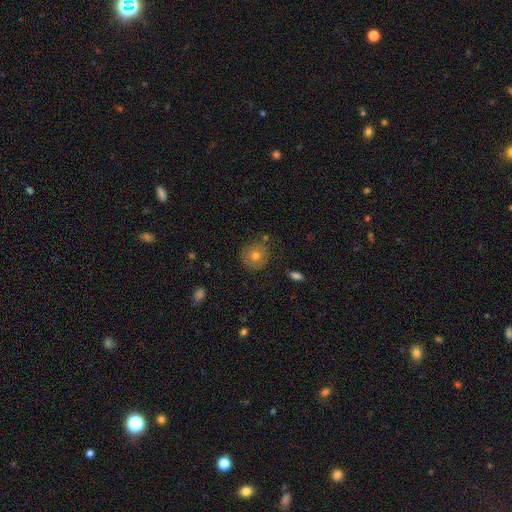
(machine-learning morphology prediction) Overall: smooth (66%). How rounded: round (91%). Merging: none (82%).